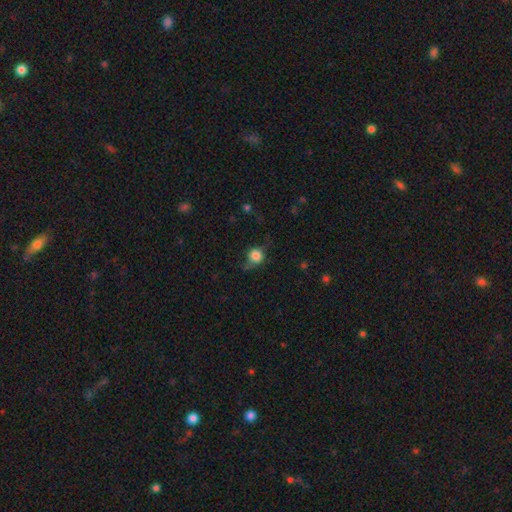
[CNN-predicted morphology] Smooth or featured?
  - smooth: 74% *
  - featured or disk: 15%
  - star or artifact: 11%
How rounded?
  - round: 84% *
  - in between: 14%
  - cigar-shaped: 1%
Merging?
  - none: 58% *
  - minor disturbance: 27%
  - major disturbance: 13%
  - merger: 2%